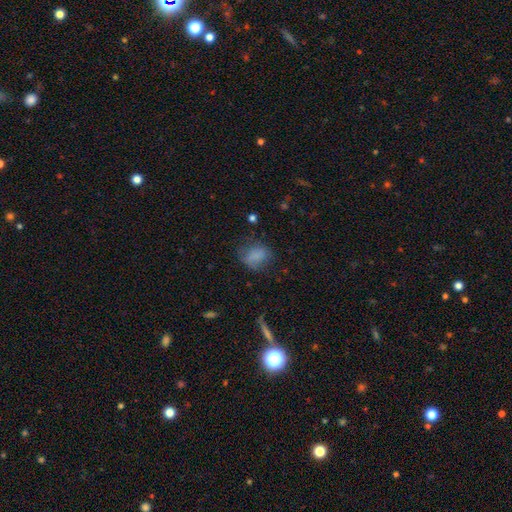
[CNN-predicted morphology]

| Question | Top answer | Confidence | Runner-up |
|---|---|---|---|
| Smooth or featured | smooth | 75% | featured or disk (13%) |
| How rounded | in between | 59% | round (40%) |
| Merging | none | 55% | minor disturbance (27%) |